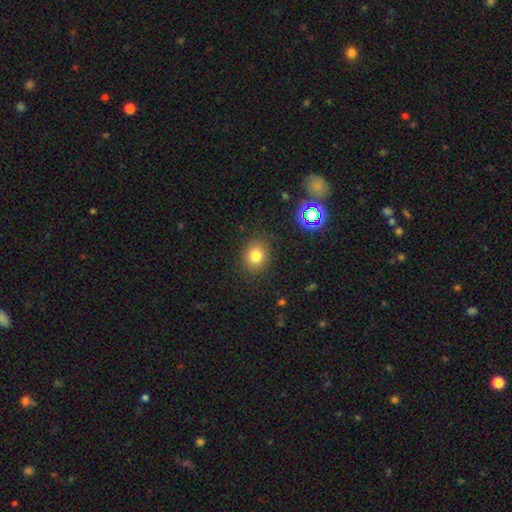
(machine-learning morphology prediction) Q: Smooth or featured?
A: smooth (79%); runner-up: star or artifact (14%)
Q: How rounded?
A: round (65%); runner-up: in between (34%)
Q: Merging?
A: none (87%); runner-up: minor disturbance (9%)